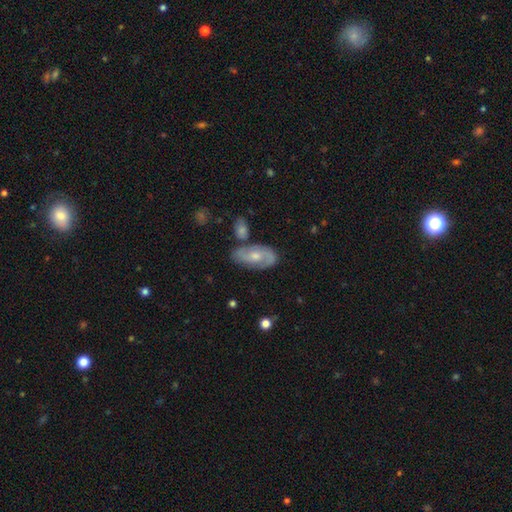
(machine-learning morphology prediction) Overall: featured or disk (69%). Edge-on disk: no (94%). Bar: no (61%; weak 32%). Spiral arms: yes (87%). Spiral arm count: 2 (77%). Spiral winding: medium (46%; tight 34%). Bulge size: moderate (61%; small 33%). Merging: none (64%).